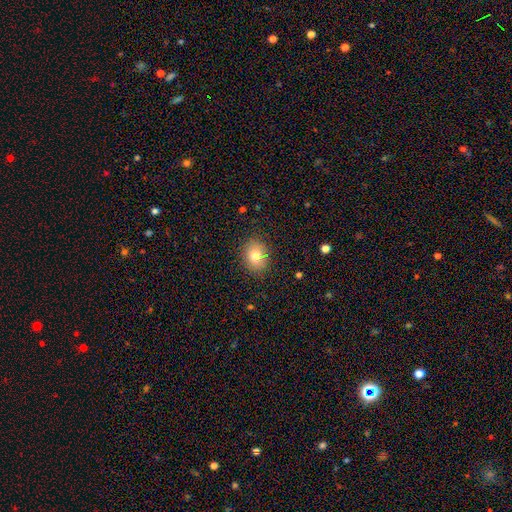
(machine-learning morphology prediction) This appears to be a smooth galaxy with no disk features (77%) that is in between round and cigar-shaped (50%). Merging: none (85%).